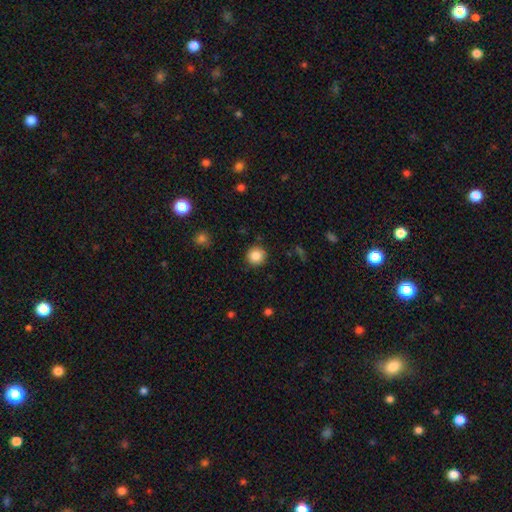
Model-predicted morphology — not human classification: type=smooth (85%); roundness=round (94%); merging=none (90%).